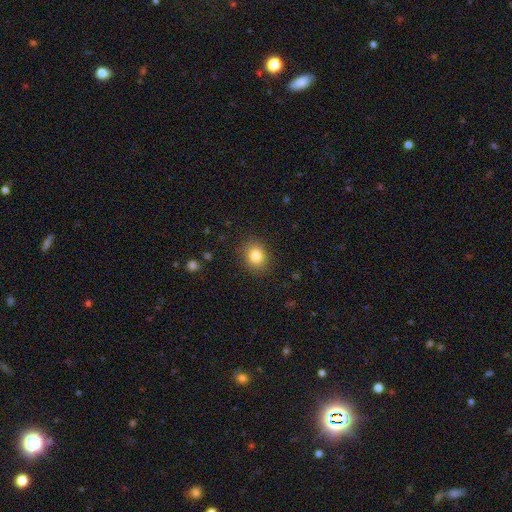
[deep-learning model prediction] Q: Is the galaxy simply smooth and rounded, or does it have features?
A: smooth — 83%.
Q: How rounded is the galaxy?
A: round — 64%.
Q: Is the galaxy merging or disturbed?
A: none — 87%.